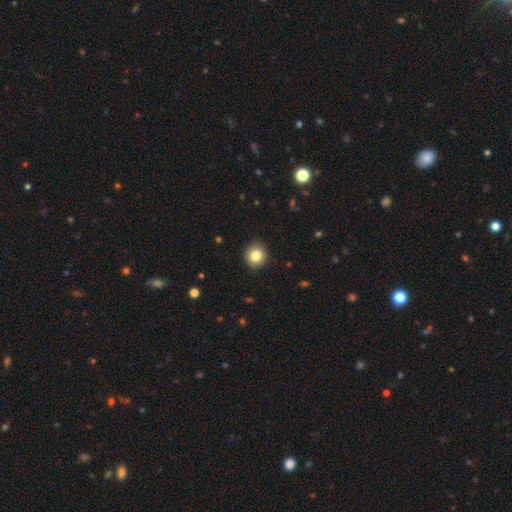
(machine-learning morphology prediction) smooth 83%, star or artifact 10%, featured or disk 7%. Down the decision tree: how rounded — round (88%); merging — none (90%).